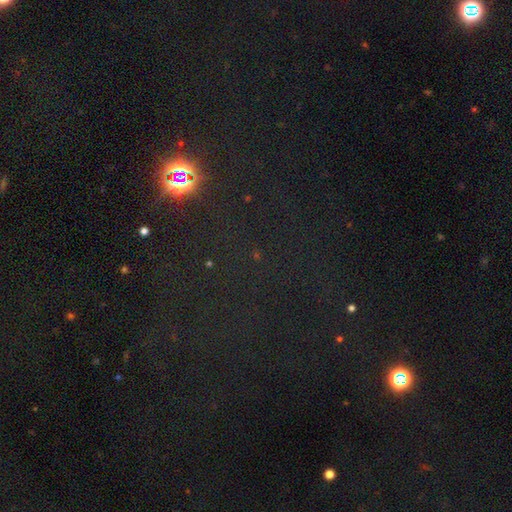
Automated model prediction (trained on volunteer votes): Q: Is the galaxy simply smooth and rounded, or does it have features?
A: star or artifact — 75%.